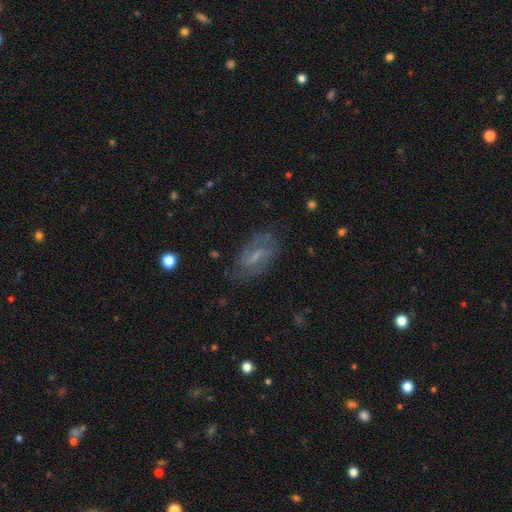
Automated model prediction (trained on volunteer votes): Q: Smooth or featured?
A: featured or disk (61%); runner-up: smooth (28%)
Q: Edge-on disk?
A: no (92%); runner-up: yes (8%)
Q: Bar?
A: weak (53%); runner-up: strong (25%)
Q: Spiral arms?
A: yes (78%); runner-up: no (22%)
Q: Bulge size?
A: small (42%); runner-up: none (27%)
Q: Merging?
A: none (68%); runner-up: minor disturbance (20%)